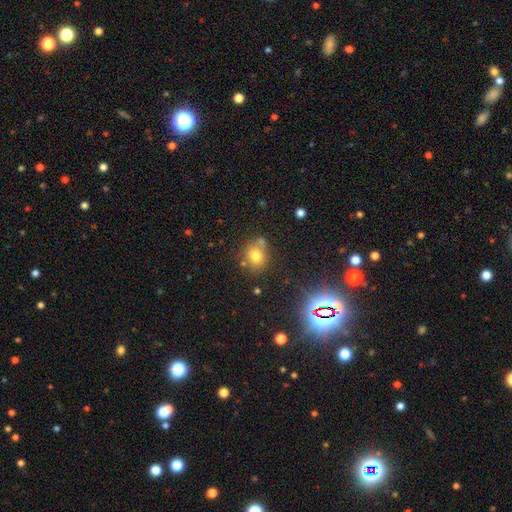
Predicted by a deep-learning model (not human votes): This is likely a smooth galaxy (73%). How rounded: likely round (73%). Merging: likely none (66%).